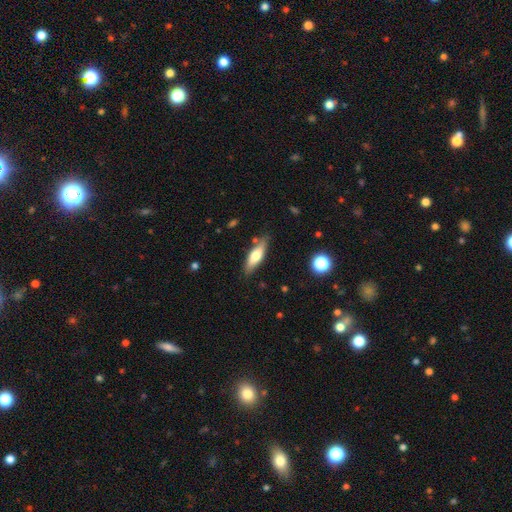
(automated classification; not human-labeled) Smooth or featured? Predicted: smooth (p=0.64). How rounded? Predicted: in between (p=0.49). Merging? Predicted: none (p=0.80).